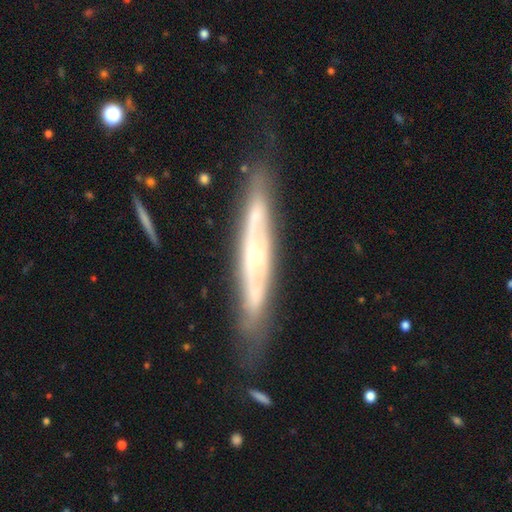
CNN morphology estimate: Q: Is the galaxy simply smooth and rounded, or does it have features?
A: featured or disk — 76%.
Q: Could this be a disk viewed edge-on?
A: yes — 58%.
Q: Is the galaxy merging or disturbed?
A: none — 74%.